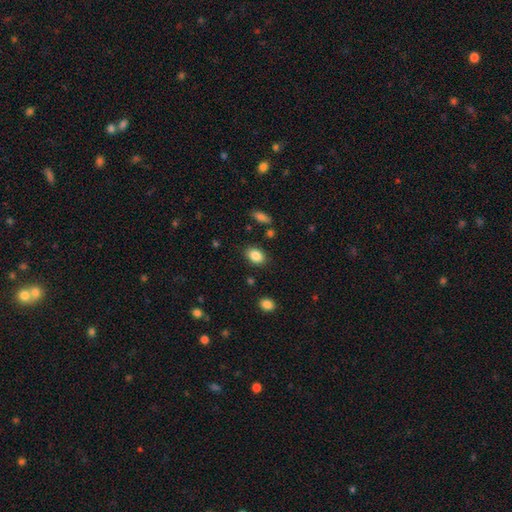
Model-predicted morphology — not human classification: Smooth or featured? smooth (86%)
How rounded? in between (78%)
Merging? none (84%)